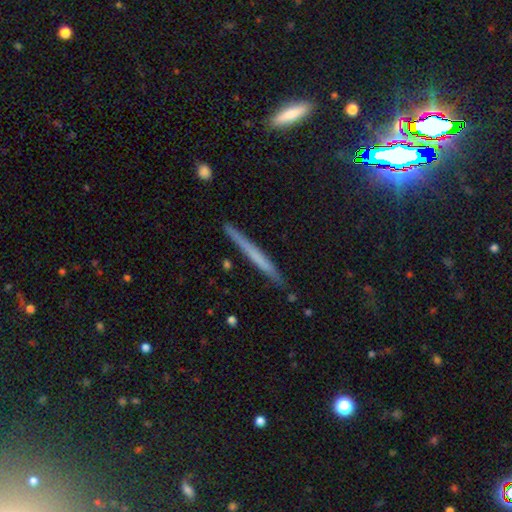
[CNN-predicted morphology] smooth_or_featured: smooth (p=0.46) [tied with: featured or disk p=0.46]
merging: none (p=0.88) [alt: minor disturbance p=0.09]